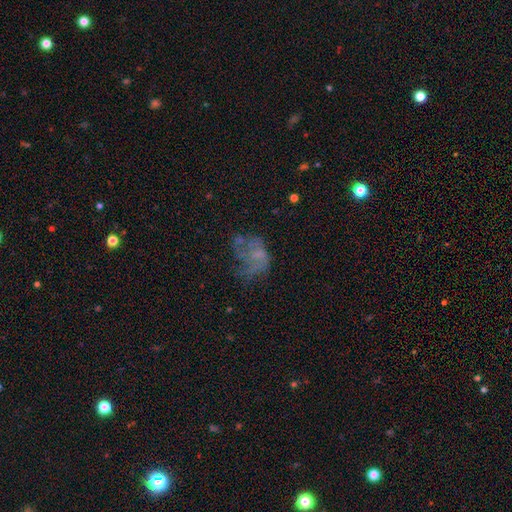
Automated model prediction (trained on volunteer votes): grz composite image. It shows a featured or disk galaxy (51%) with no bar (84%), no spiral arms (72%) and no central bulge (67%). Merging: major disturbance (41%).